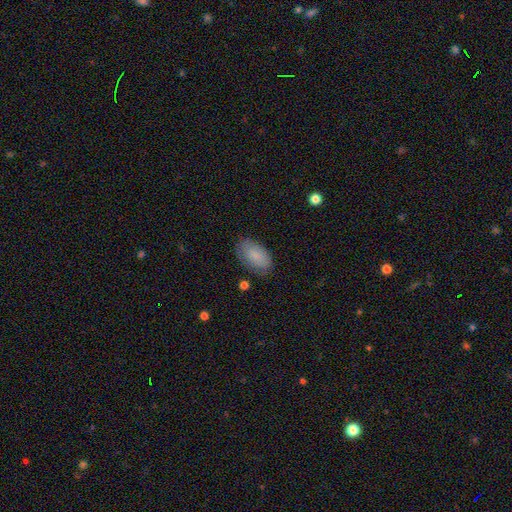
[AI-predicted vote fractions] Smooth or featured? smooth (84%)
How rounded? in between (94%)
Merging? none (78%)